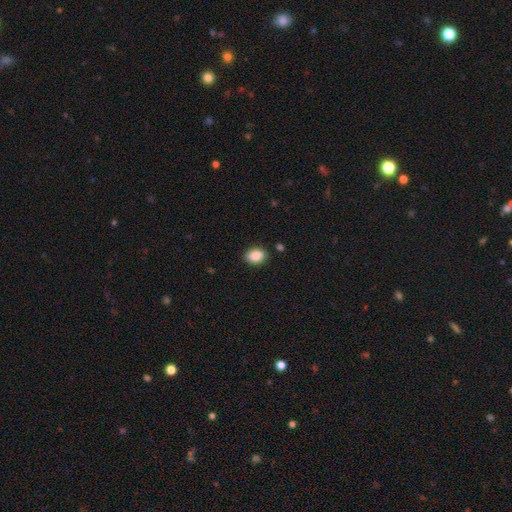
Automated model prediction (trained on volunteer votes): A smooth galaxy with no disk features (88%) that is in between round and cigar-shaped (80%).

Vote fractions:
- Smooth or featured? smooth: 88% / star or artifact: 8% / featured or disk: 4%
- How rounded? in between: 80% / round: 19% / cigar-shaped: 1%
- Merging? none: 86% / minor disturbance: 10% / major disturbance: 2% / merger: 2%